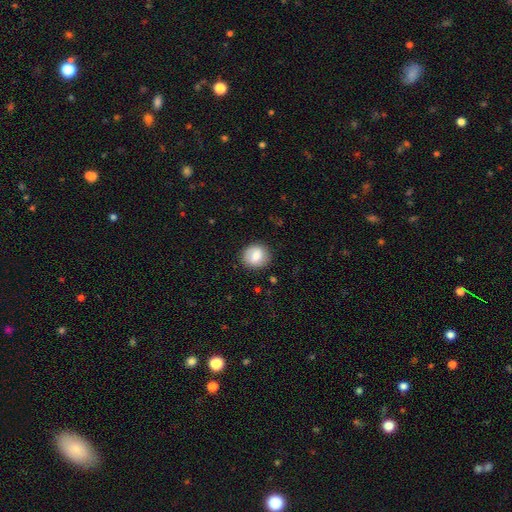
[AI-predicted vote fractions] smooth_or_featured: smooth (p=0.78) [alt: featured or disk p=0.15]
how_rounded: round (p=0.83) [alt: in between p=0.16]
merging: none (p=0.85) [alt: minor disturbance p=0.11]